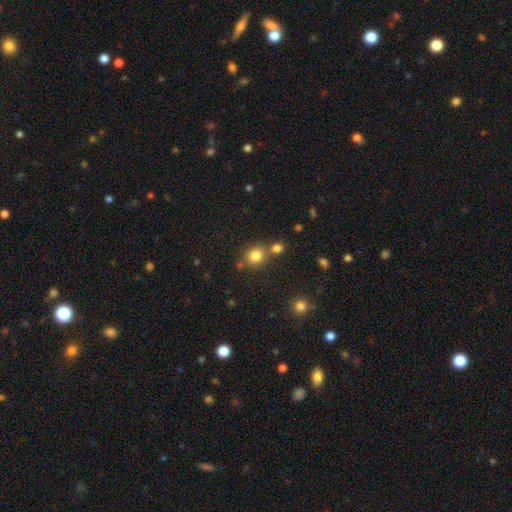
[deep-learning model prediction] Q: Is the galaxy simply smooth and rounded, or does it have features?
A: smooth — 81%.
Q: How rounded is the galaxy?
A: round — 75%.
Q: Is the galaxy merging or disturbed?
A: none — 62%.